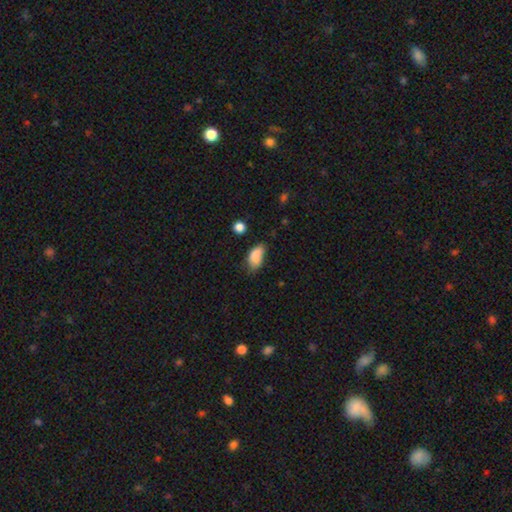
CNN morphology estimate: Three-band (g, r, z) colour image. It shows a smooth galaxy with no disk features (83%) that is in between round and cigar-shaped (90%). Merging: none (46%).